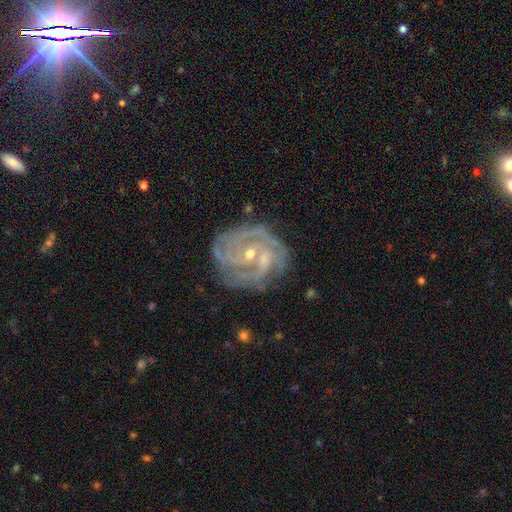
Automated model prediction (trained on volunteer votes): This appears to be a featured or disk galaxy (82%) with no bar (43%), 3 (26%) tight (63%) spiral arms (95%) and a small central bulge (64%). Merging: none (75%).